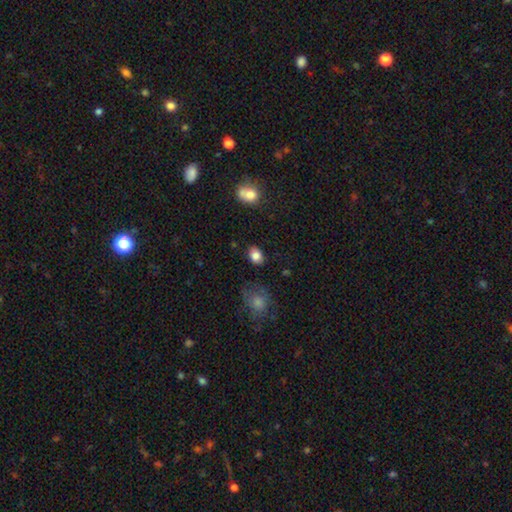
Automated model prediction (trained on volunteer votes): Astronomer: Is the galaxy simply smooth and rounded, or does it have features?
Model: smooth — 85%.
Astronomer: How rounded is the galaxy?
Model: in between — 69%.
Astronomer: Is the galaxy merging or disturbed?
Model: none — 81%.